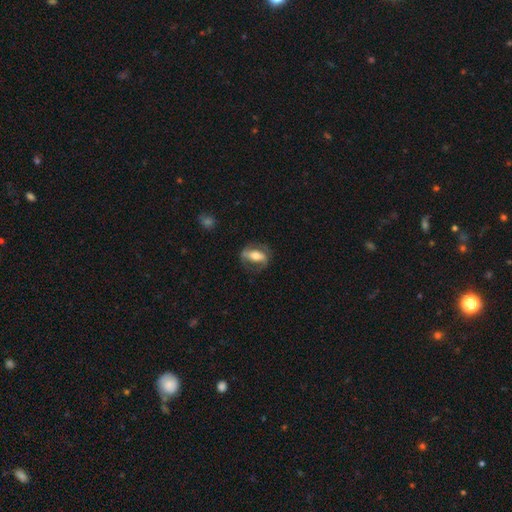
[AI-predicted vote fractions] Q: Smooth or featured?
A: featured or disk (59%); runner-up: smooth (34%)
Q: Edge-on disk?
A: no (80%); runner-up: yes (20%)
Q: Merging?
A: none (67%); runner-up: minor disturbance (19%)